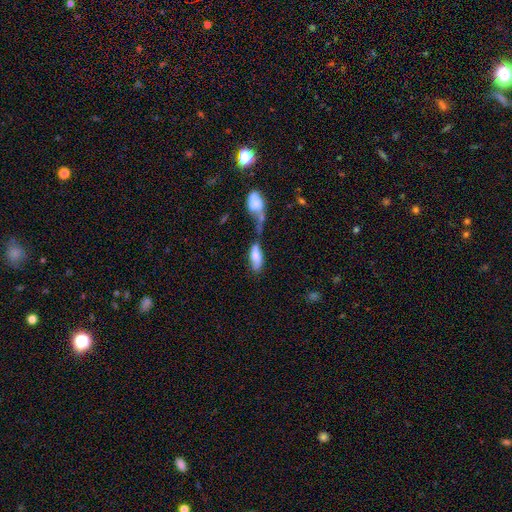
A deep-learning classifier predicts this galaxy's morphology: smooth-or-featured: smooth: 63% | featured or disk: 30% | star or artifact: 7%
  how-rounded: in between: 79% | cigar-shaped: 18% | round: 3%
  merging: merger: 51% | none: 24% | minor disturbance: 13% | major disturbance: 12%